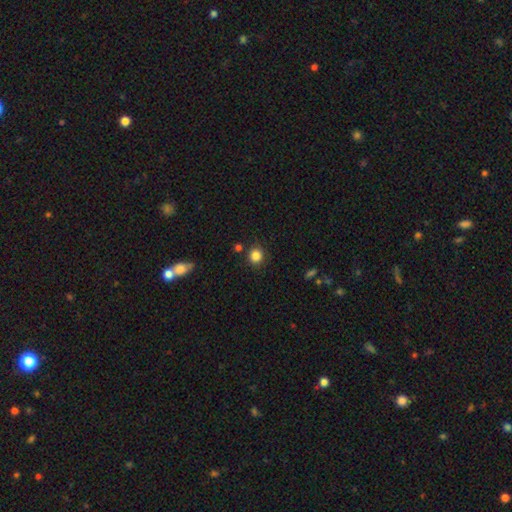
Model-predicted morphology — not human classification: type=smooth (85%); roundness=round (87%); merging=none (85%).